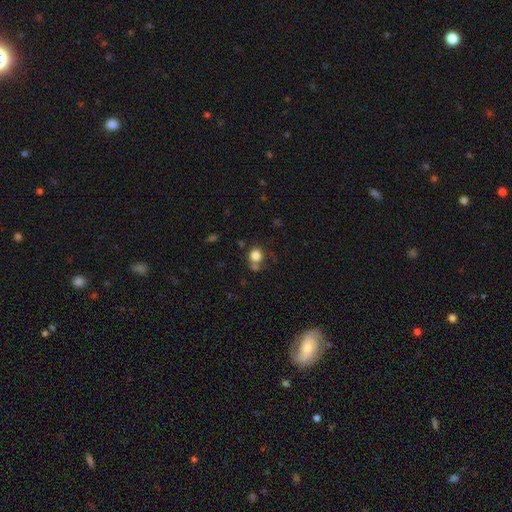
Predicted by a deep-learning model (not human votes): smooth-or-featured: smooth: 81% | star or artifact: 12% | featured or disk: 7%
  how-rounded: round: 82% | in between: 17% | cigar-shaped: 1%
  merging: none: 61% | merger: 19% | minor disturbance: 14% | major disturbance: 6%